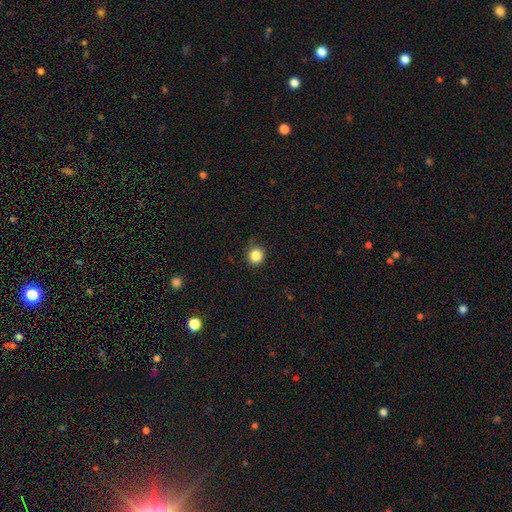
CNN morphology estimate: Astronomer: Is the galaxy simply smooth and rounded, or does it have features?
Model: smooth — 85%.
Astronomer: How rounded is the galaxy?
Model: round — 91%.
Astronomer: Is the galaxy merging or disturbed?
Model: none — 86%.